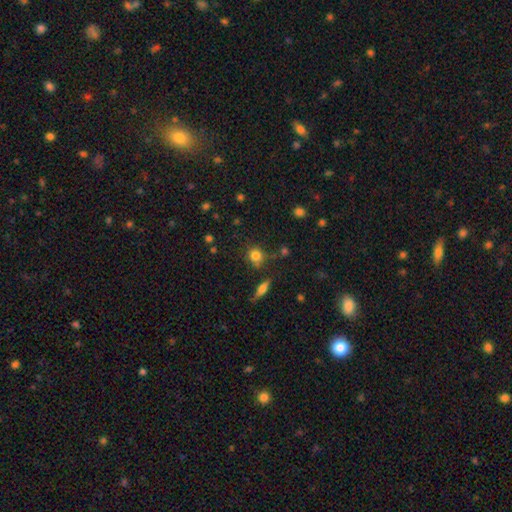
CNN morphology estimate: type=smooth (79%); roundness=round (84%); merging=none (74%).